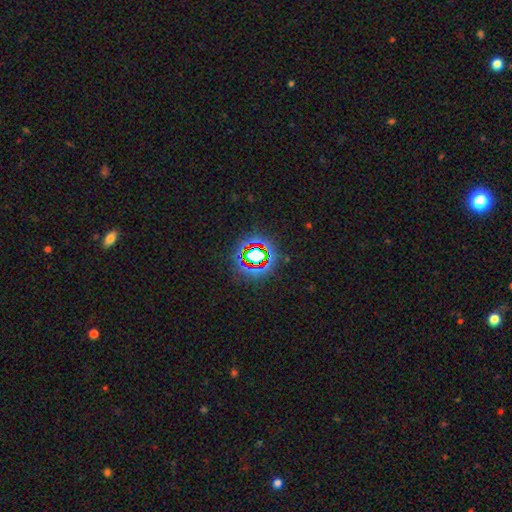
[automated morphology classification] A star or artifact, not a galaxy (67%).

Vote fractions:
- Smooth or featured? star or artifact: 67% / smooth: 21% / featured or disk: 12%